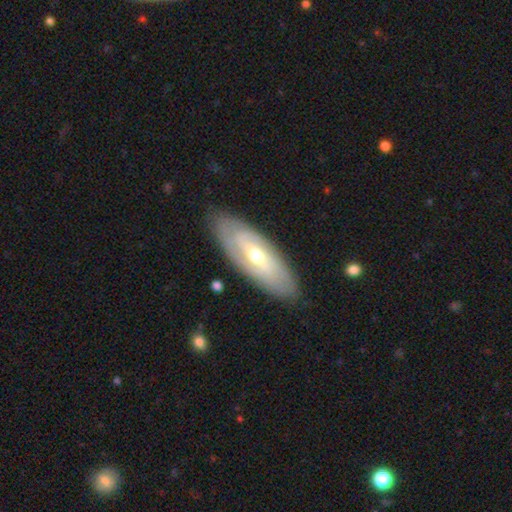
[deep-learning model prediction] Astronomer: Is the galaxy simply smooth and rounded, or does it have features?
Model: featured or disk — 71%.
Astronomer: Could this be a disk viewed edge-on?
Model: no — 83%.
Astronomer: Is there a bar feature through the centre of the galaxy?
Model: no — 49% (runner-up: weak, 37%).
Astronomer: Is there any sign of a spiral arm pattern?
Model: yes — 77%.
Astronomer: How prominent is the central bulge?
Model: moderate — 53% (runner-up: small, 44%).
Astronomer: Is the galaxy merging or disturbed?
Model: none — 84%.